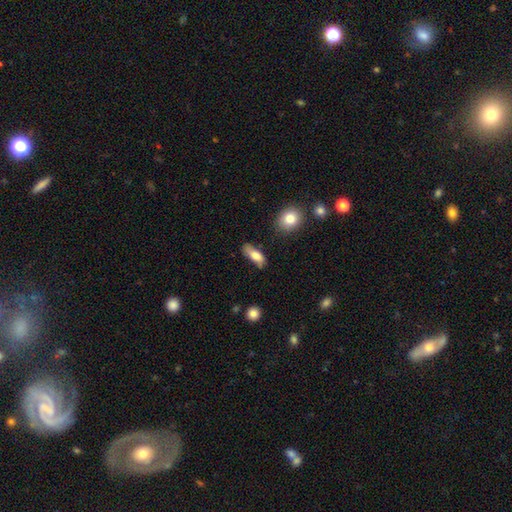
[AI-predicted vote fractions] A smooth galaxy with no disk features (75%) that is in between round and cigar-shaped (75%).

Vote fractions:
- Smooth or featured? smooth: 75% / featured or disk: 18% / star or artifact: 7%
- How rounded? in between: 75% / cigar-shaped: 22% / round: 3%
- Merging? none: 67% / minor disturbance: 24% / major disturbance: 6% / merger: 3%